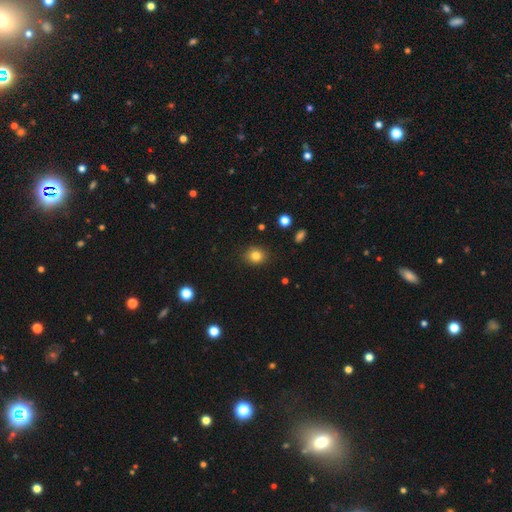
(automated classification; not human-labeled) A smooth galaxy with no disk features (83%) that is round (70%).

Vote fractions:
- Smooth or featured? smooth: 83% / star or artifact: 11% / featured or disk: 6%
- How rounded? round: 70% / in between: 29% / cigar-shaped: 1%
- Merging? none: 87% / minor disturbance: 9% / major disturbance: 2% / merger: 1%